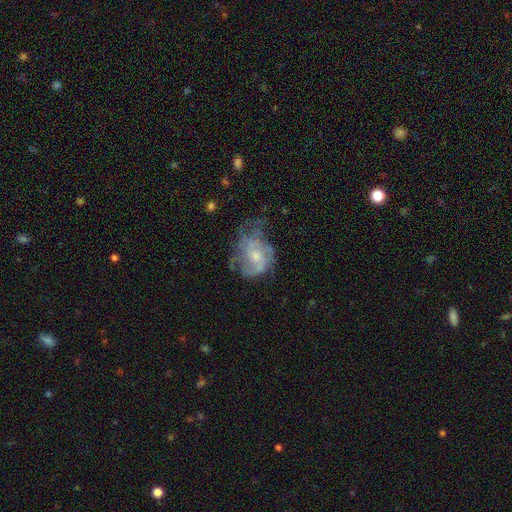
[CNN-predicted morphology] Smooth or featured: featured or disk — 65% (smooth — 26%)
Edge-on disk: no — 98% (yes — 2%)
Bar: no — 73% (weak — 23%)
Spiral arms: yes — 68% (no — 32%)
Bulge size: small — 48% (moderate — 40%)
Merging: none — 40% (major disturbance — 31%)